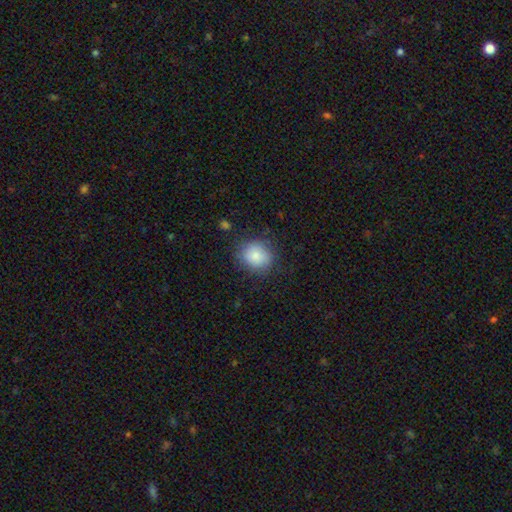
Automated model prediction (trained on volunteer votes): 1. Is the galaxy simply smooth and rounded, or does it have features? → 84% smooth, 8% star or artifact, 8% featured or disk.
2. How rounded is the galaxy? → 77% round, 22% in between, 1% cigar-shaped.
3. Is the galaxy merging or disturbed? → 79% none, 15% minor disturbance, 5% major disturbance, 1% merger.